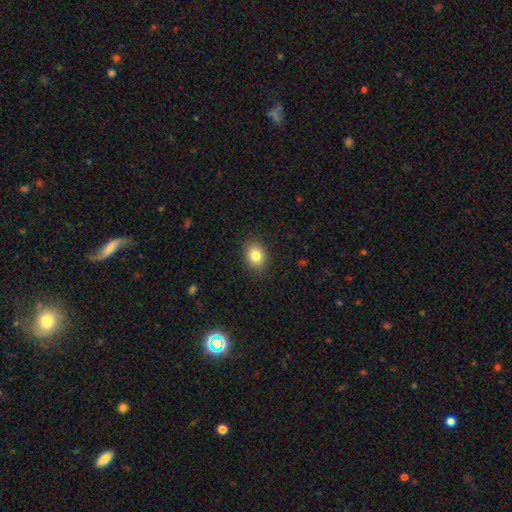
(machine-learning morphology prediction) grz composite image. It shows a smooth galaxy with no disk features (82%) that is round (53%). Merging: none (89%).